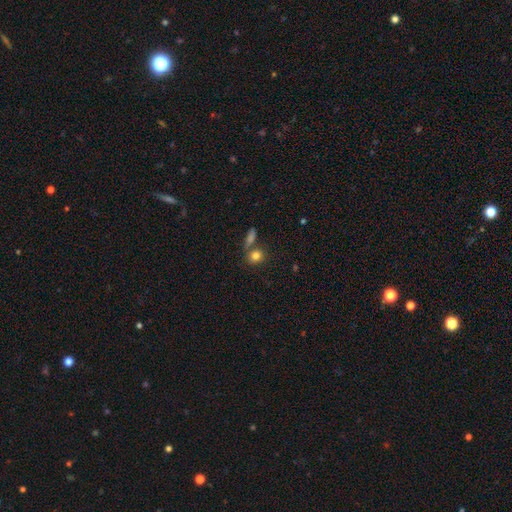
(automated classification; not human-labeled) A smooth galaxy with no disk features (81%) that is round (65%).

Vote fractions:
- Smooth or featured? smooth: 81% / star or artifact: 11% / featured or disk: 8%
- How rounded? round: 65% / in between: 33% / cigar-shaped: 3%
- Merging? none: 64% / merger: 22% / minor disturbance: 11% / major disturbance: 4%